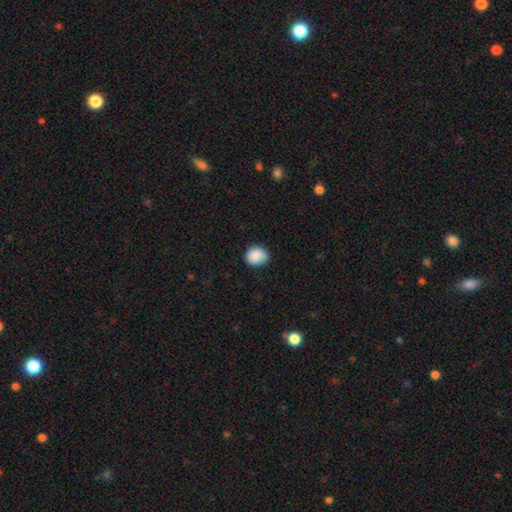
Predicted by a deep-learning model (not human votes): smooth 88%, star or artifact 8%, featured or disk 4%. Down the decision tree: how rounded — round (77%); merging — none (82%).